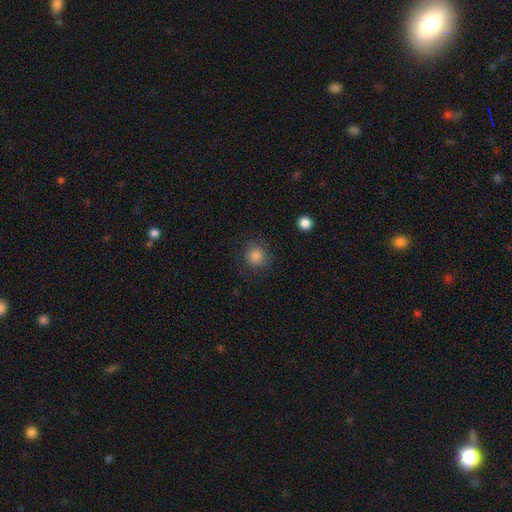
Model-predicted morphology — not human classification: smooth 85%, star or artifact 10%, featured or disk 5%. Down the decision tree: how rounded — round (90%); merging — none (83%).